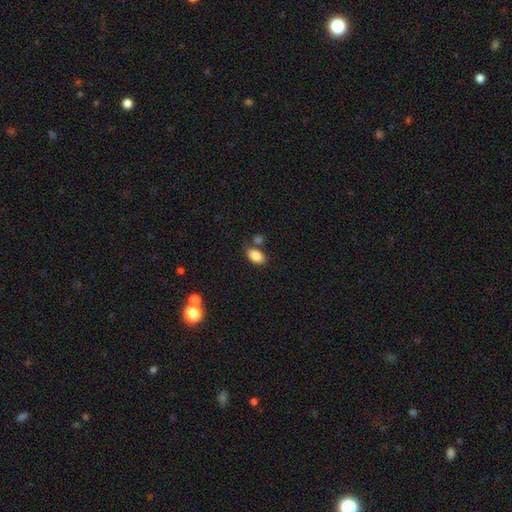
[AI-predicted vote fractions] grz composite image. It shows a smooth galaxy with no disk features (86%) that is in between round and cigar-shaped (91%). Merging: none (64%).